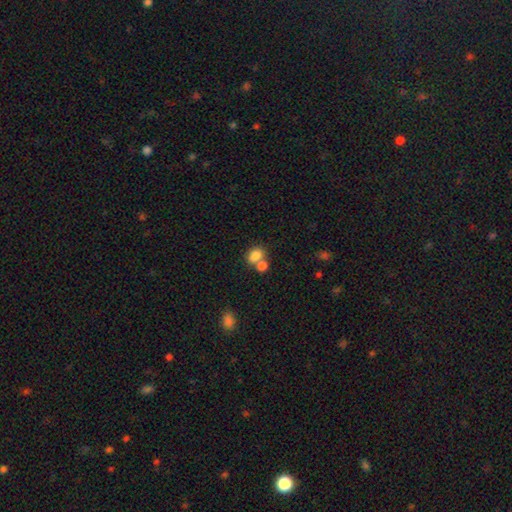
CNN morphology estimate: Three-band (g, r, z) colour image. It shows a smooth galaxy with no disk features (81%) that is in between round and cigar-shaped (68%). Merging: merger (49%).